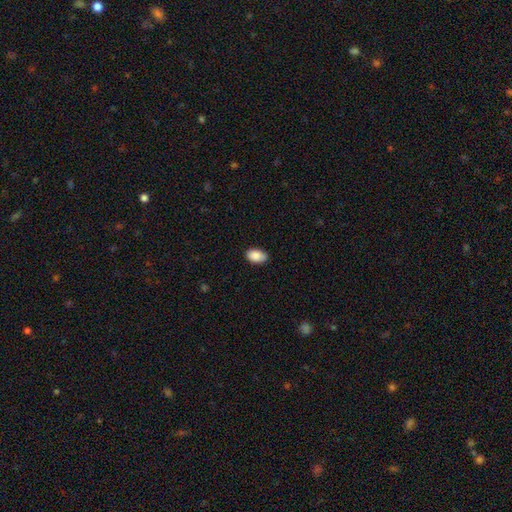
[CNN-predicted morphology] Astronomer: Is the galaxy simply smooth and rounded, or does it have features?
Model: smooth — 89%.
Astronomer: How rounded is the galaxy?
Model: in between — 93%.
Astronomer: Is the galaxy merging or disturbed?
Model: none — 84%.